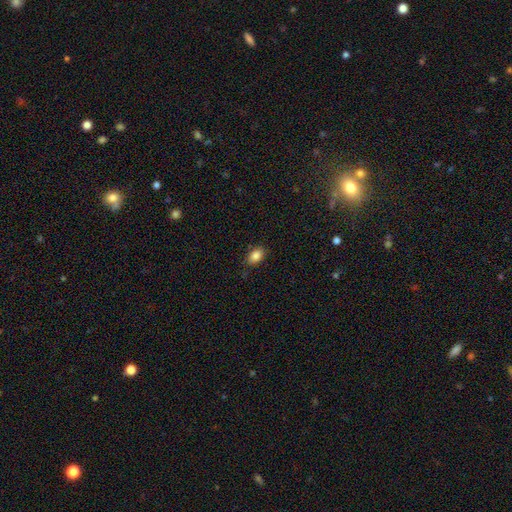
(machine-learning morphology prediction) Smooth or featured?
  - smooth: 86% *
  - star or artifact: 9%
  - featured or disk: 5%
How rounded?
  - in between: 86% *
  - round: 12%
  - cigar-shaped: 1%
Merging?
  - none: 86% *
  - minor disturbance: 11%
  - major disturbance: 2%
  - merger: 1%